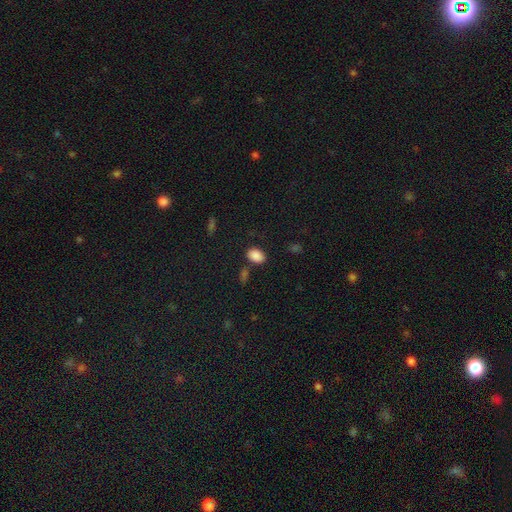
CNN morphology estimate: The model was most divided on "merging": none: 77%, minor disturbance: 12%, merger: 8%, major disturbance: 4%. More confident: smooth or featured — smooth (87%); how rounded — in between (84%).